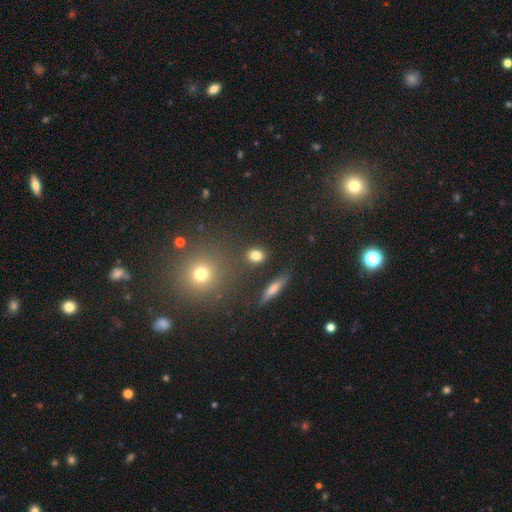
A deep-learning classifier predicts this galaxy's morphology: Smooth or featured?
  - smooth: 81% *
  - star or artifact: 11%
  - featured or disk: 7%
How rounded?
  - in between: 50% *
  - round: 45%
  - cigar-shaped: 5%
Merging?
  - none: 83% *
  - minor disturbance: 9%
  - merger: 5%
  - major disturbance: 3%